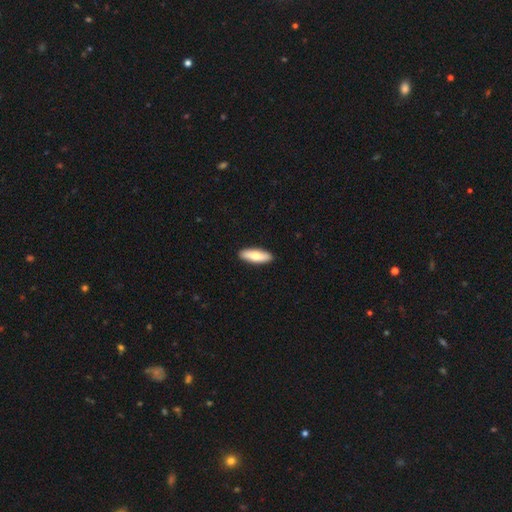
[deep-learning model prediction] This is likely a smooth galaxy (70%). How rounded: possibly in between (53%). Merging: clearly none (91%).